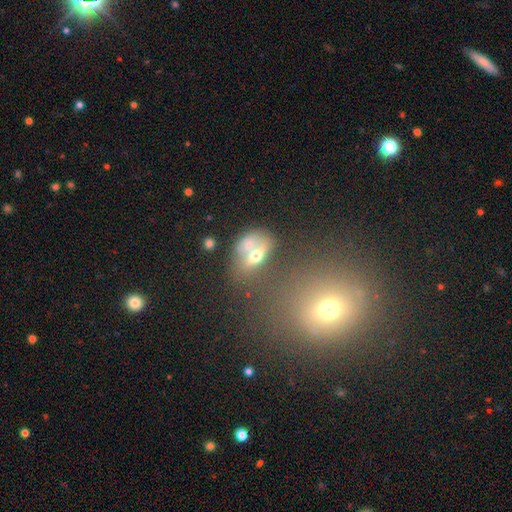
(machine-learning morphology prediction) Smooth or featured? smooth (53%)
How rounded? in between (71%)
Merging? merger (56%)